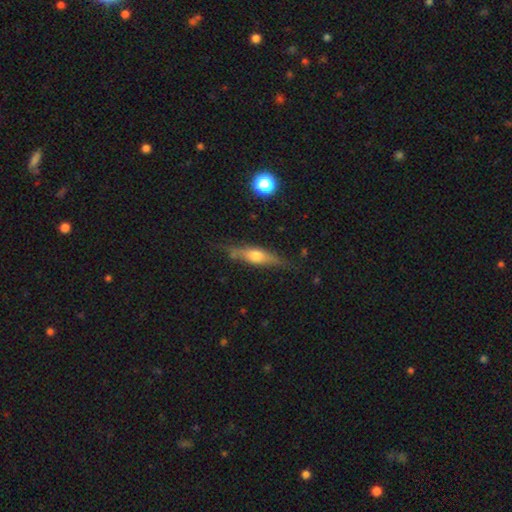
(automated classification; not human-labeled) featured or disk 54%, smooth 38%, star or artifact 8%. Down the decision tree: edge-on disk — yes (88%); merging — none (75%).